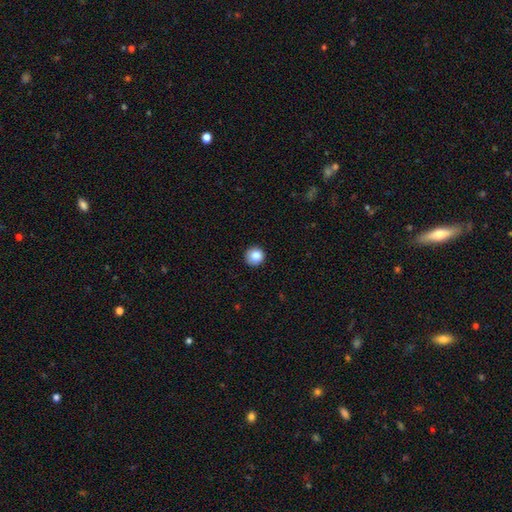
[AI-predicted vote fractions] Smooth or featured? Predicted: smooth (p=0.86). How rounded? Predicted: round (p=0.94). Merging? Predicted: none (p=0.89).